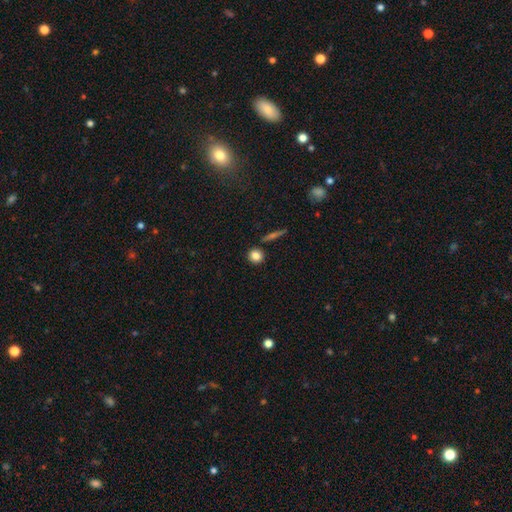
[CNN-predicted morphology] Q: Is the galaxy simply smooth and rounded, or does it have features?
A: smooth — 83%.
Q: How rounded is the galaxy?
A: round — 88%.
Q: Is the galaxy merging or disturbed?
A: none — 86%.